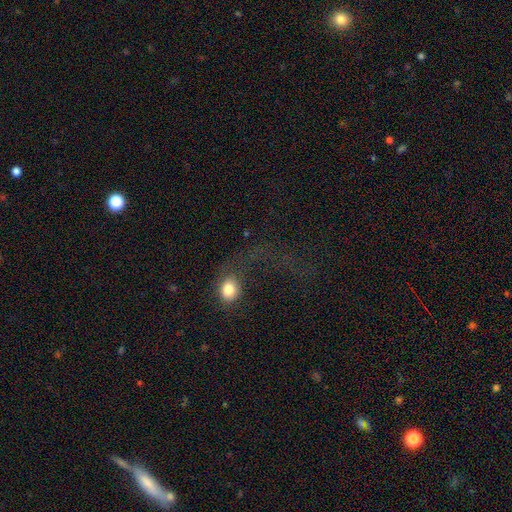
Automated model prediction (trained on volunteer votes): Smooth or featured: smooth — 45% (featured or disk — 27%)
Merging: major disturbance — 48% (none — 33%)